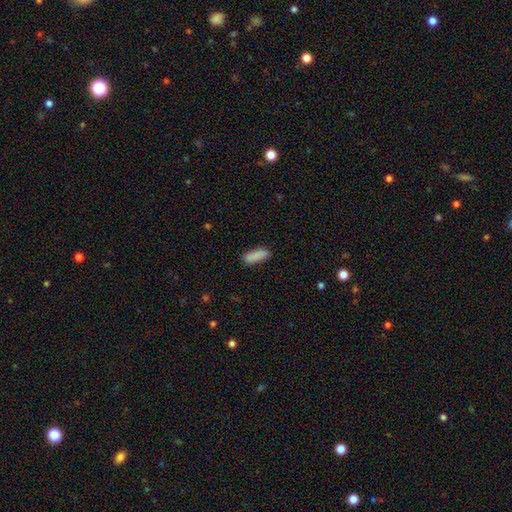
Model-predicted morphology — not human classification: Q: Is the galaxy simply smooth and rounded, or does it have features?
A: smooth — 86%.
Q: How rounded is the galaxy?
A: in between — 56%.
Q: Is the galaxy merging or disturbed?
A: none — 77%.